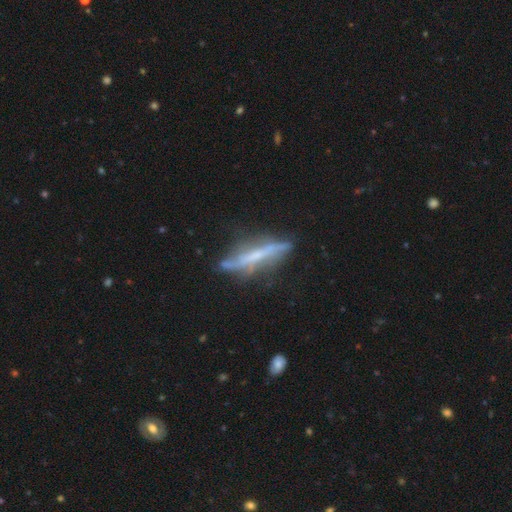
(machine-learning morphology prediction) smooth-or-featured: featured or disk: 70% | smooth: 23% | star or artifact: 7%
  disk-edge-on: yes: 82% | no: 18%
    edge-on-bulge: none: 52% | rounded: 33% | boxy: 15%
  merging: none: 65% | minor disturbance: 23% | major disturbance: 8% | merger: 4%